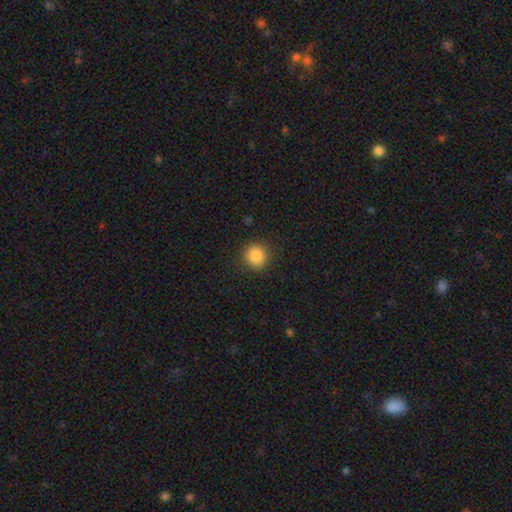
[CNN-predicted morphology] Q: Smooth or featured?
A: smooth (86%); runner-up: star or artifact (10%)
Q: How rounded?
A: round (89%); runner-up: in between (10%)
Q: Merging?
A: none (90%); runner-up: minor disturbance (7%)